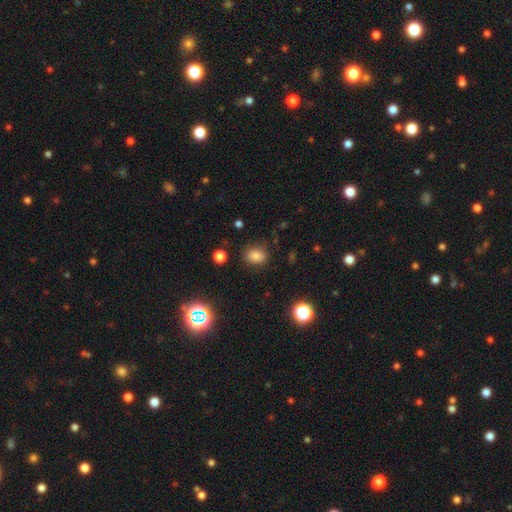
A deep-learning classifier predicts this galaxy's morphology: type=smooth (81%); roundness=in between (54%); merging=none (81%).